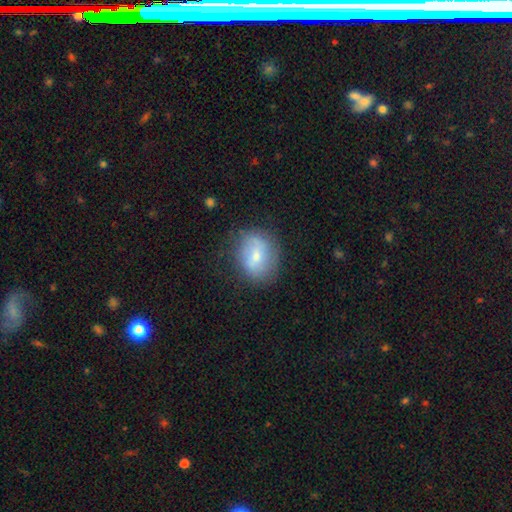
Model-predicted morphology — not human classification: The model was most divided on "how rounded": round: 52%, in between: 47%, cigar-shaped: 1%. More confident: merging — none (71%); smooth or featured — smooth (61%).